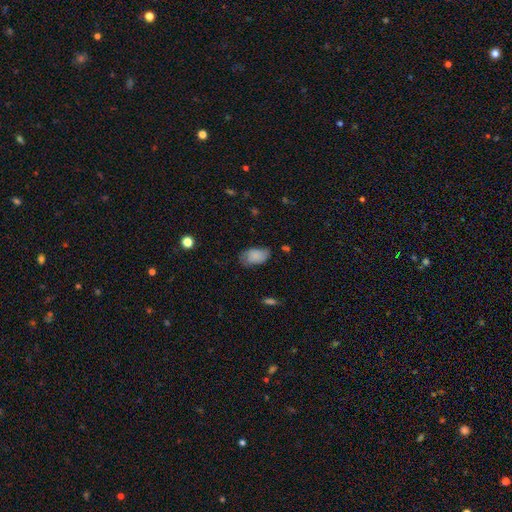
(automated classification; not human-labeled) This is clearly a smooth galaxy (81%). How rounded: clearly in between (92%). Merging: possibly none (59%).